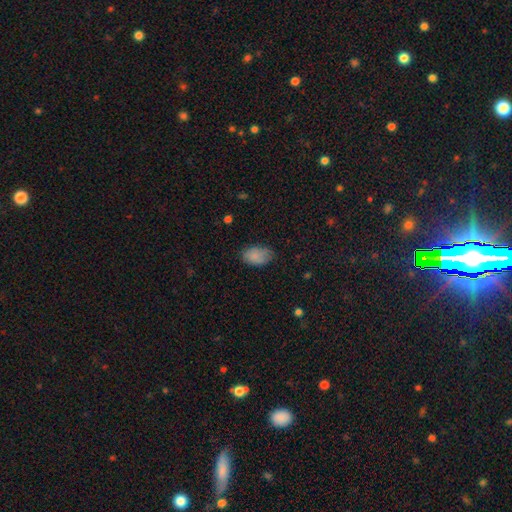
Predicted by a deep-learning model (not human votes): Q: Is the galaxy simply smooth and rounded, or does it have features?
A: smooth — 84%.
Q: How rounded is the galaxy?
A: in between — 91%.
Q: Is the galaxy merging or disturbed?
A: none — 67%.